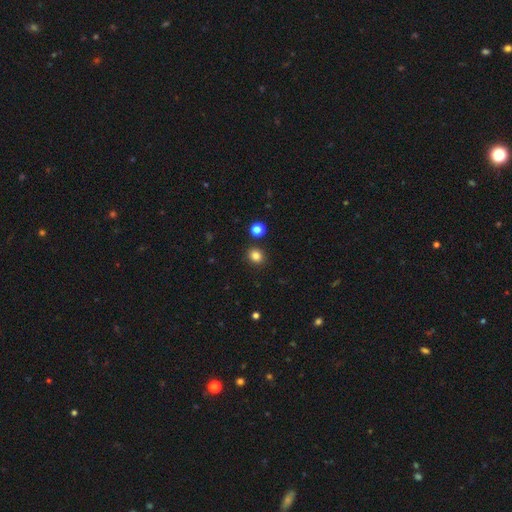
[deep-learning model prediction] Smooth or featured?
  - smooth: 84% *
  - star or artifact: 12%
  - featured or disk: 4%
How rounded?
  - round: 73% *
  - in between: 26%
  - cigar-shaped: 1%
Merging?
  - none: 87% *
  - minor disturbance: 7%
  - merger: 4%
  - major disturbance: 2%